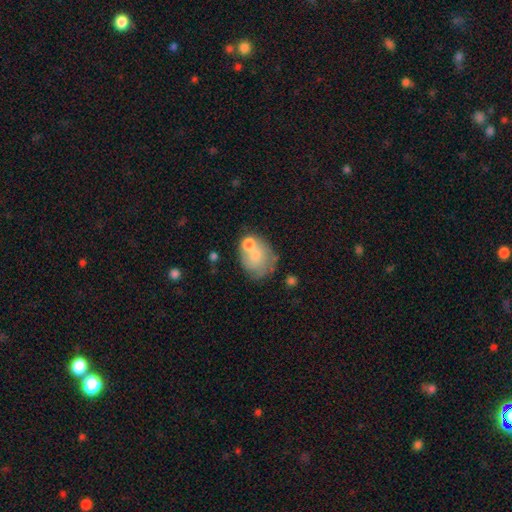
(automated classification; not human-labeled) This is possibly a smooth galaxy (60%). How rounded: possibly round (53%). Merging: marginally none (37%).